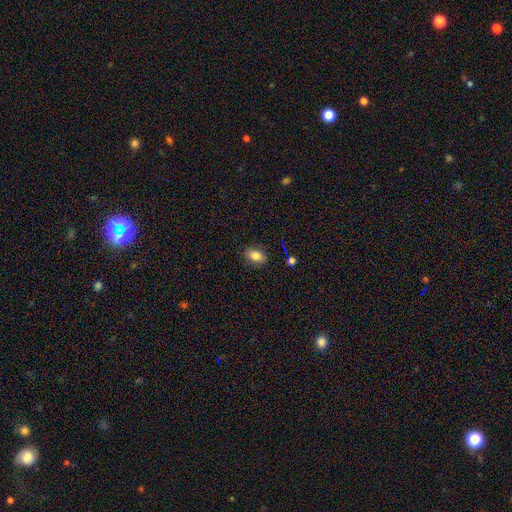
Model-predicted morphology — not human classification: smooth_or_featured: smooth (p=0.83) [alt: star or artifact p=0.09]
how_rounded: in between (p=0.81) [alt: round p=0.18]
merging: none (p=0.85) [alt: minor disturbance p=0.11]